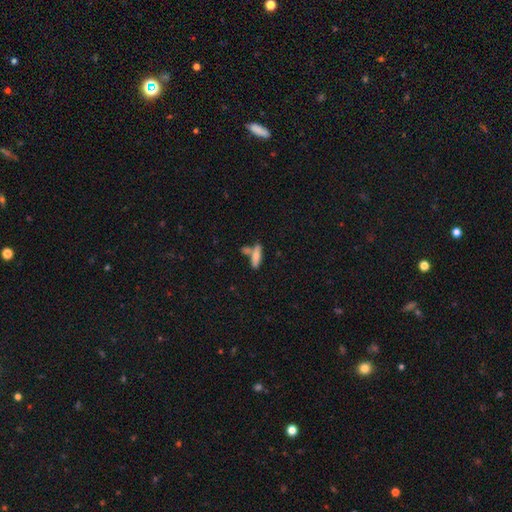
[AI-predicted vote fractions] Smooth or featured?
  - smooth: 67% *
  - featured or disk: 25%
  - star or artifact: 8%
How rounded?
  - cigar-shaped: 60% *
  - in between: 38%
  - round: 3%
Merging?
  - none: 53% *
  - merger: 30%
  - minor disturbance: 13%
  - major disturbance: 5%